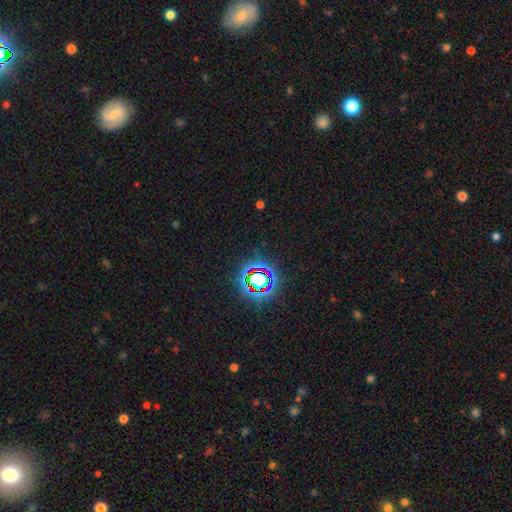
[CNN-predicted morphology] Smooth or featured? star or artifact (77%)